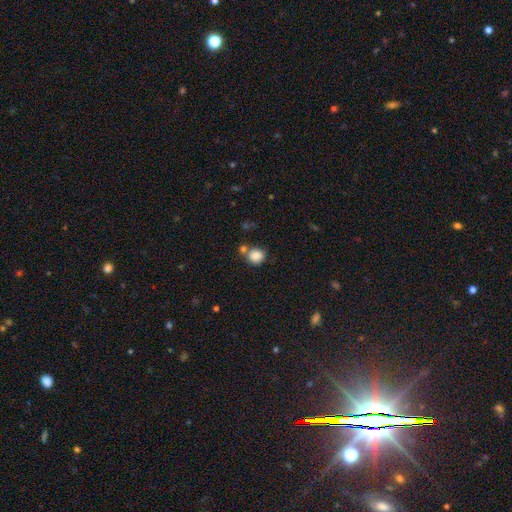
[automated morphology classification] smooth-or-featured: smooth: 85% | star or artifact: 10% | featured or disk: 5%
  how-rounded: round: 82% | in between: 17% | cigar-shaped: 1%
  merging: none: 57% | merger: 25% | minor disturbance: 14% | major disturbance: 5%